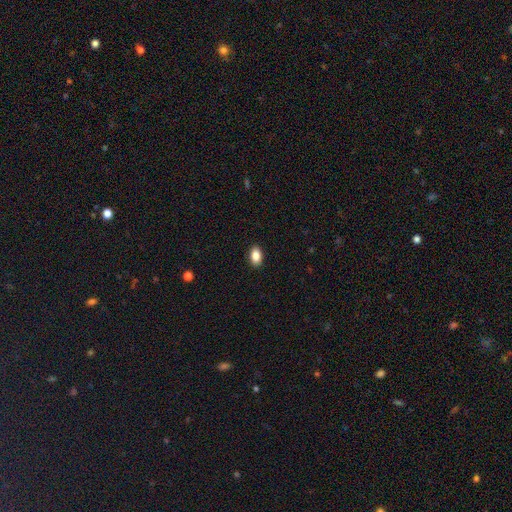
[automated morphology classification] This is clearly a smooth galaxy (87%). How rounded: clearly in between (91%). Merging: clearly none (90%).